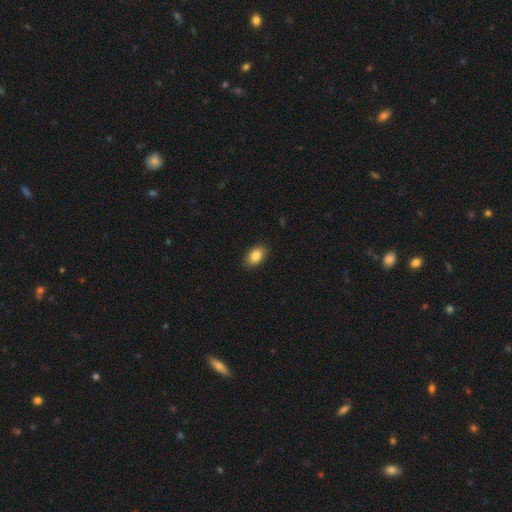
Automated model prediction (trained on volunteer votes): Smooth or featured? smooth (85%)
How rounded? in between (90%)
Merging? none (89%)